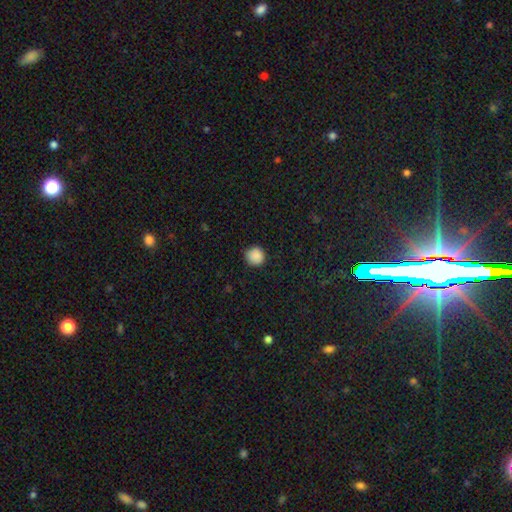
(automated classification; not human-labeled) A smooth galaxy with no disk features (88%) that is round (93%). Merging: none (87%).